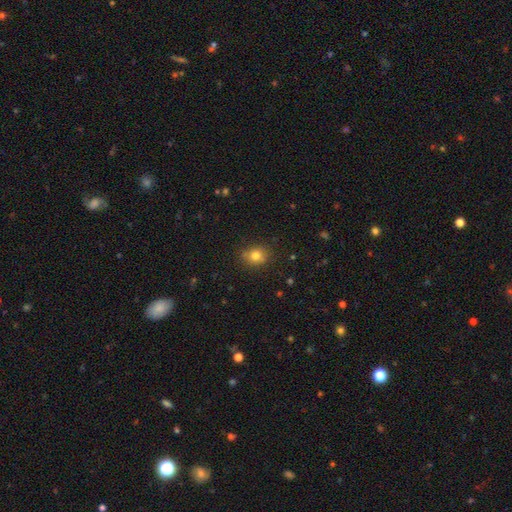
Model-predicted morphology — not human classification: The model was most divided on "how rounded": round: 64%, in between: 35%, cigar-shaped: 1%. More confident: merging — none (84%); smooth or featured — smooth (79%).